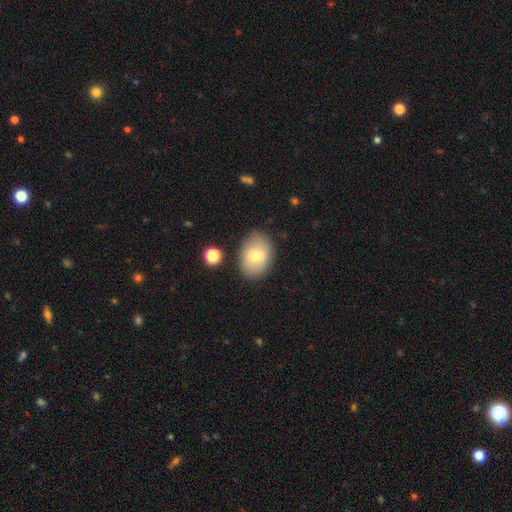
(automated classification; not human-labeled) This appears to be a smooth galaxy with no disk features (73%) that is in between round and cigar-shaped (77%). Merging: none (81%).